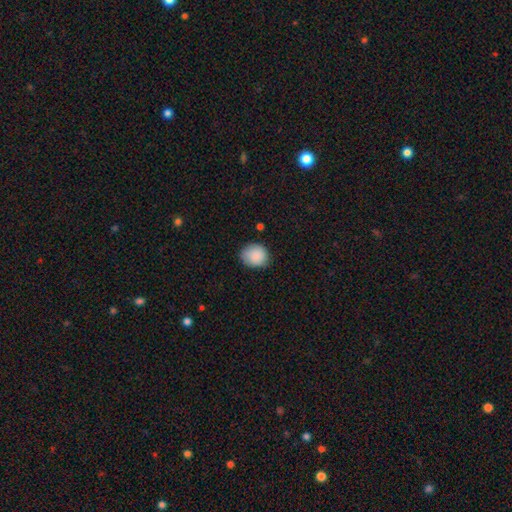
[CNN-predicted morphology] Smooth or featured: smooth — 87% (star or artifact — 7%)
How rounded: round — 71% (in between — 28%)
Merging: none — 76% (minor disturbance — 19%)